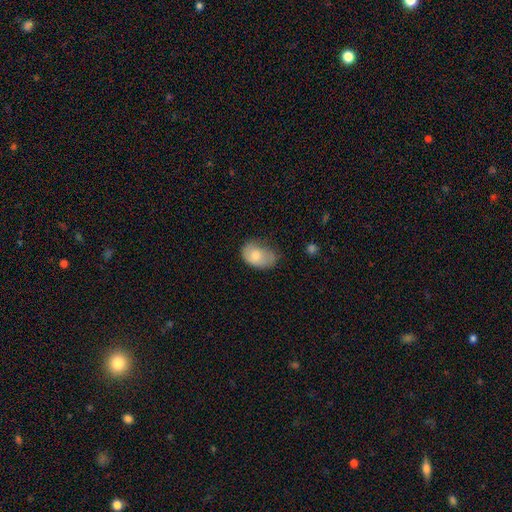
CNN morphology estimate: type=smooth (72%); roundness=in between (83%); merging=minor disturbance (42%).